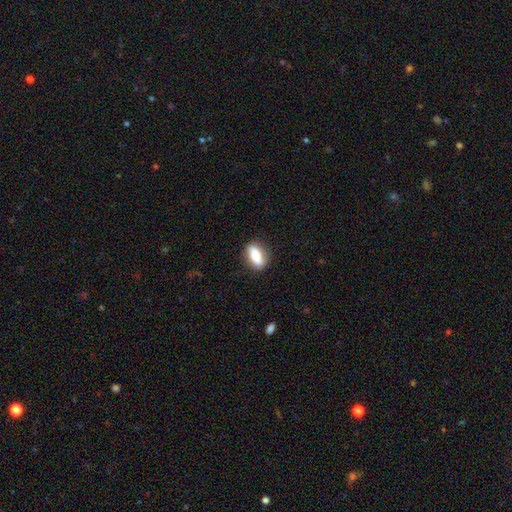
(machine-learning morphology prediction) smooth-or-featured: smooth: 59% | featured or disk: 34% | star or artifact: 7%
  how-rounded: in between: 74% | cigar-shaped: 15% | round: 11%
  merging: none: 85% | minor disturbance: 11% | major disturbance: 3% | merger: 1%